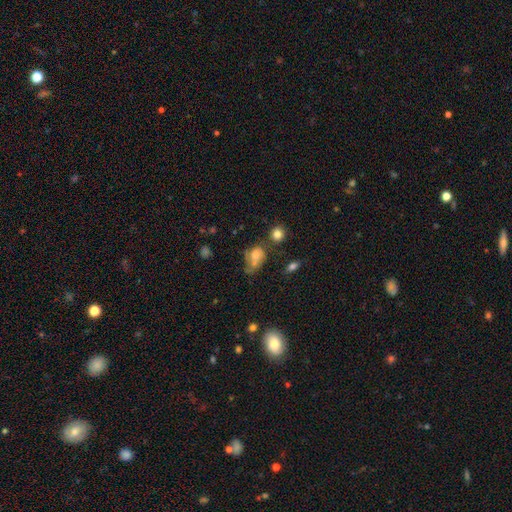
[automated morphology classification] A smooth galaxy with no disk features (58%) that is in between round and cigar-shaped (74%).

Vote fractions:
- Smooth or featured? smooth: 58% / featured or disk: 30% / star or artifact: 12%
- How rounded? in between: 74% / round: 24% / cigar-shaped: 2%
- Merging? none: 30% / minor disturbance: 29% / major disturbance: 28% / merger: 12%